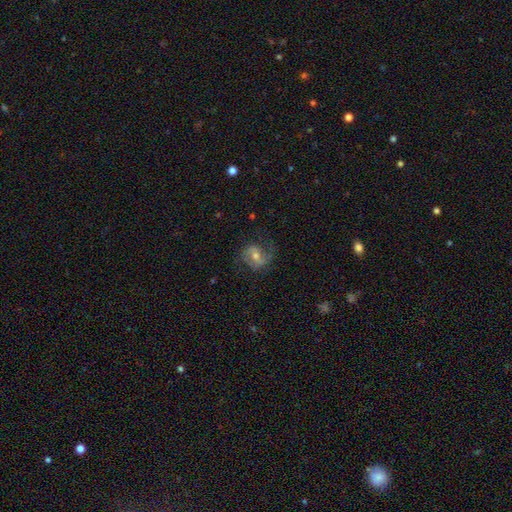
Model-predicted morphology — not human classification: Smooth or featured: featured or disk — 68% (smooth — 24%)
Edge-on disk: no — 97% (yes — 3%)
Bar: weak — 46% (no — 37%)
Spiral arms: yes — 89% (no — 11%)
Spiral winding: medium — 45% (loose — 38%)
Spiral arm count: 2 — 80% (1 — 10%)
Bulge size: moderate — 66% (small — 25%)
Merging: none — 66% (minor disturbance — 20%)